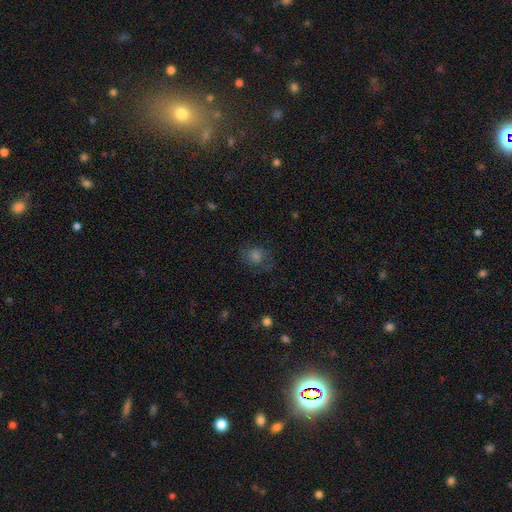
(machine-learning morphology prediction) The model was most divided on "smooth or featured": smooth: 49%, star or artifact: 28%, featured or disk: 23%. More confident: merging — none (69%).